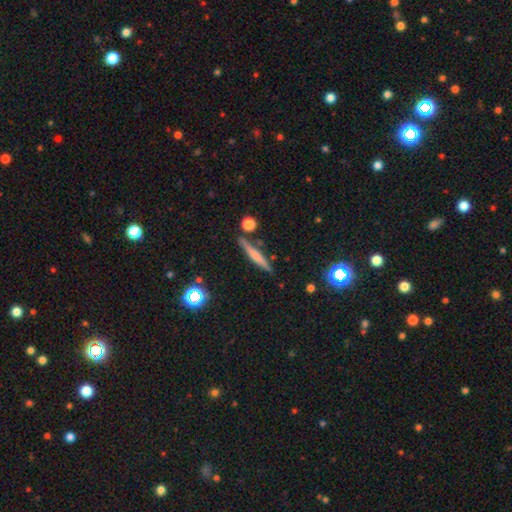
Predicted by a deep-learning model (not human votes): smooth-or-featured: smooth: 46% | featured or disk: 45% | star or artifact: 9%
  merging: none: 83% | minor disturbance: 10% | merger: 5% | major disturbance: 2%